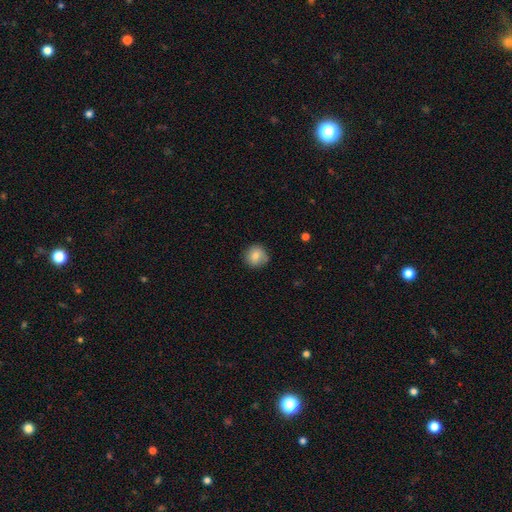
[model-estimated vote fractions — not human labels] This appears to be a smooth galaxy with no disk features (82%) that is round (89%). Merging: none (79%).